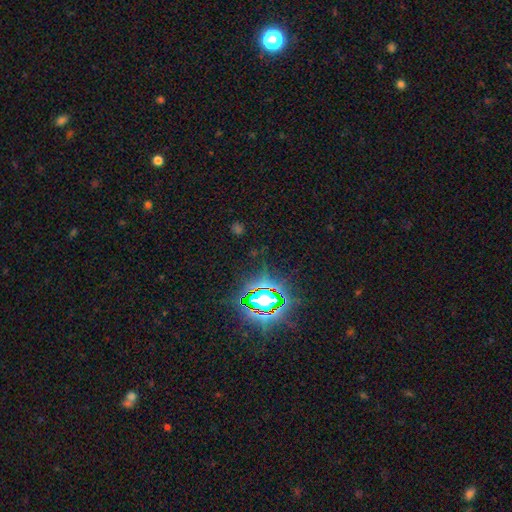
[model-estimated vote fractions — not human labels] Smooth or featured? star or artifact (82%)